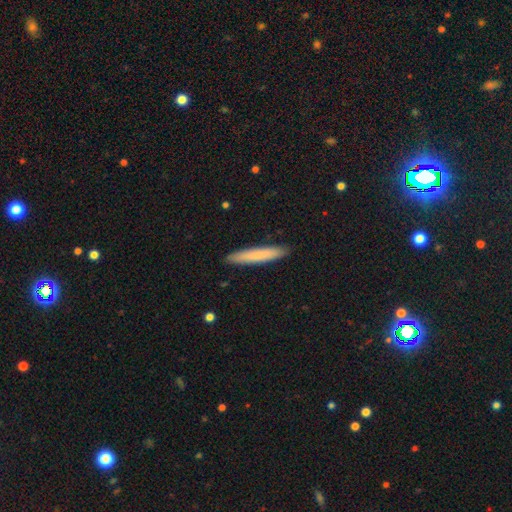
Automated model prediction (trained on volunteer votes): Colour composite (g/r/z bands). It shows a smooth galaxy with no disk features (77%) that is cigar-shaped (94%). Merging: none (92%).